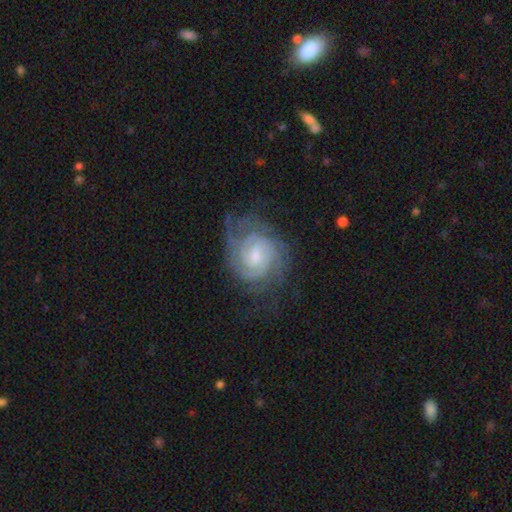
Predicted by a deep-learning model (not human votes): Smooth or featured? featured or disk (88%)
Edge-on disk? no (98%)
Bar? no (57%)
Spiral arms? yes (98%)
Spiral winding? tight (73%)
Spiral arm count? 2 (41%)
Bulge size? small (52%)
Merging? none (68%)